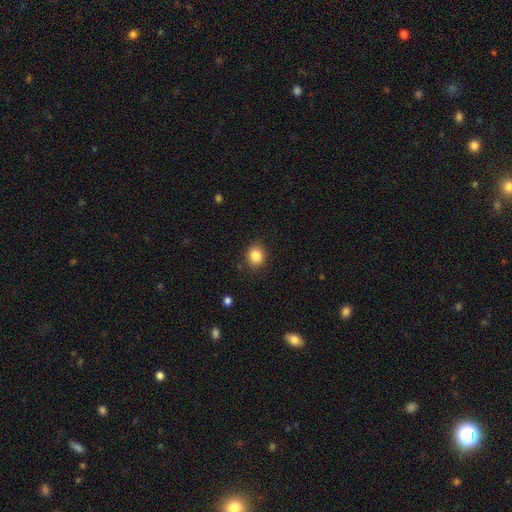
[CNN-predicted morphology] Smooth or featured? Predicted: smooth (p=0.85). How rounded? Predicted: round (p=0.76). Merging? Predicted: none (p=0.88).